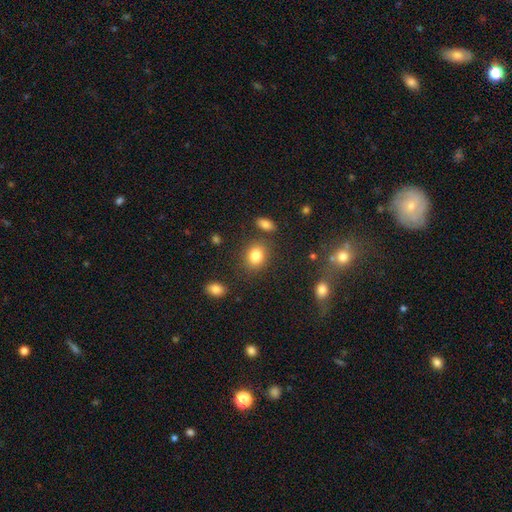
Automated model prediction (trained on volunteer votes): Smooth or featured? smooth (83%)
How rounded? in between (52%)
Merging? none (80%)